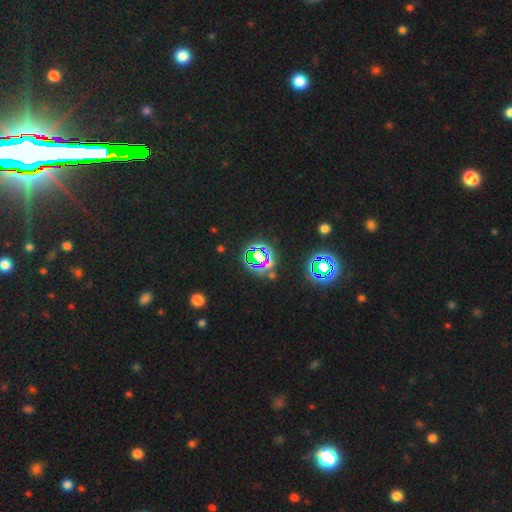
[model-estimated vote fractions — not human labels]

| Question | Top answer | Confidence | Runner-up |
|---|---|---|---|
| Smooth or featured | star or artifact | 71% | smooth (17%) |